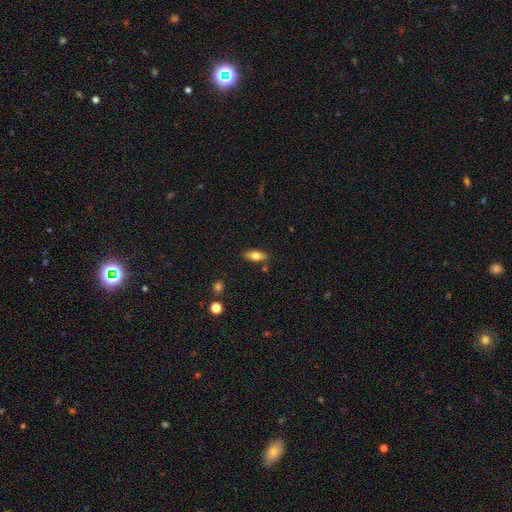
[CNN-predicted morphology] The model was most divided on "smooth or featured": smooth: 73%, featured or disk: 19%, star or artifact: 7%. More confident: merging — none (82%); how rounded — in between (81%).